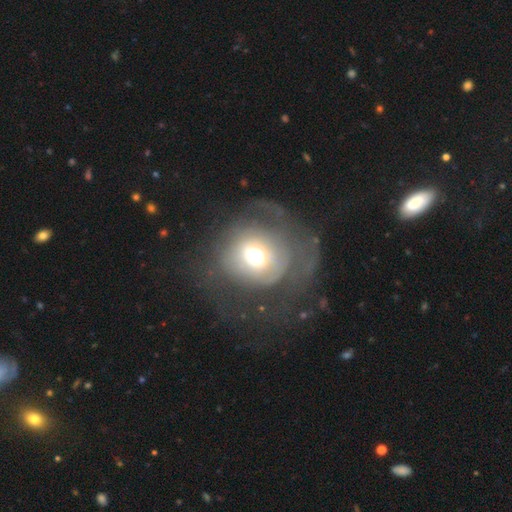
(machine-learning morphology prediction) smooth-or-featured: smooth: 47% | featured or disk: 38% | star or artifact: 15%
  merging: major disturbance: 44% | none: 37% | minor disturbance: 16% | merger: 3%